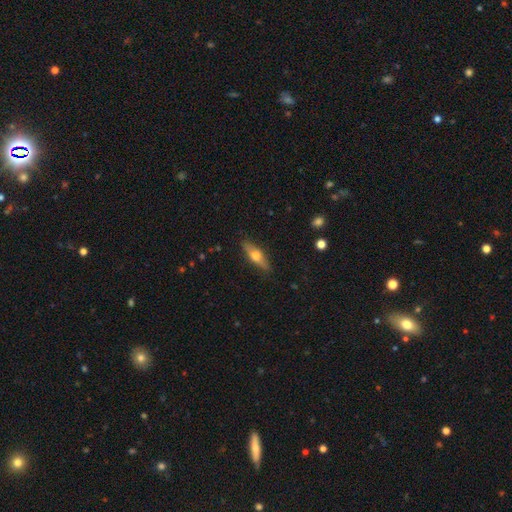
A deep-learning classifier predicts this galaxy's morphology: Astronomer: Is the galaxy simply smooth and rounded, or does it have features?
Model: featured or disk — 48% (runner-up: smooth, 46%).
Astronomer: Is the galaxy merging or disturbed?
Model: none — 87%.